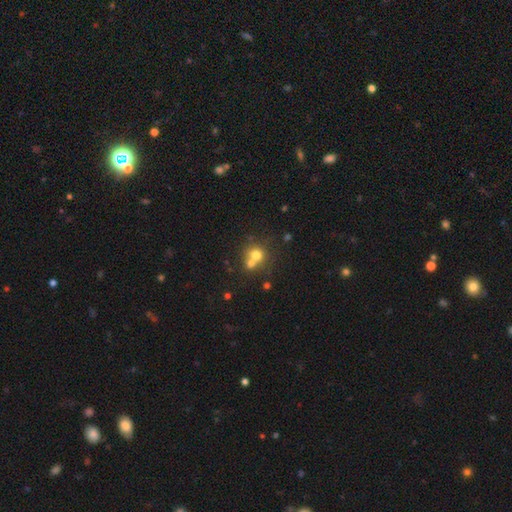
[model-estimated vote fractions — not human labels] Morphology: type=smooth (69%); roundness=round (85%); merging=merger (49%).